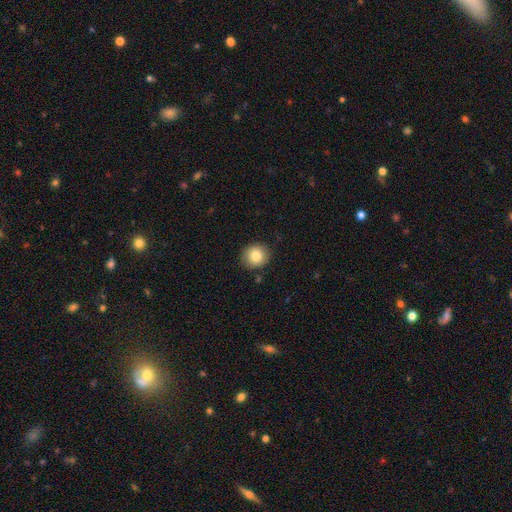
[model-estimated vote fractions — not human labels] smooth_or_featured: smooth (p=0.83) [alt: star or artifact p=0.09]
how_rounded: round (p=0.85) [alt: in between p=0.14]
merging: none (p=0.87) [alt: minor disturbance p=0.09]